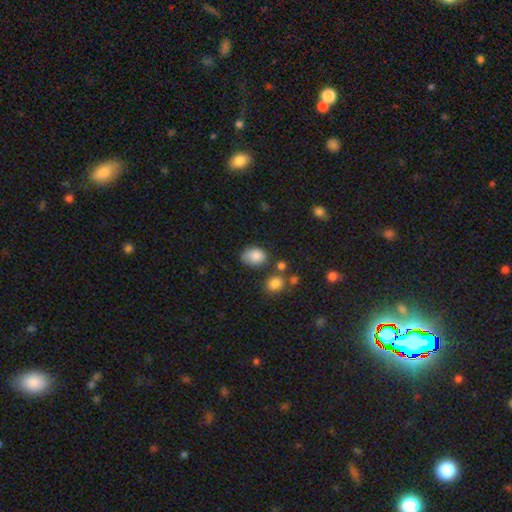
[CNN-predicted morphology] Q: Smooth or featured?
A: smooth (84%); runner-up: star or artifact (9%)
Q: How rounded?
A: in between (74%); runner-up: round (25%)
Q: Merging?
A: none (58%); runner-up: minor disturbance (26%)